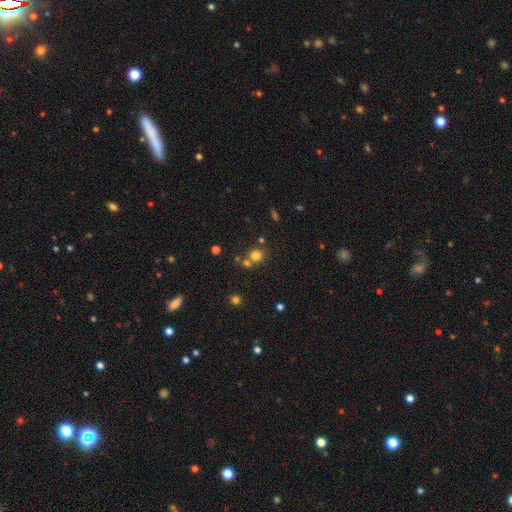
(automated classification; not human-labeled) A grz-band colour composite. It shows a smooth galaxy with no disk features (74%) that is round (88%). Merging: none (62%).